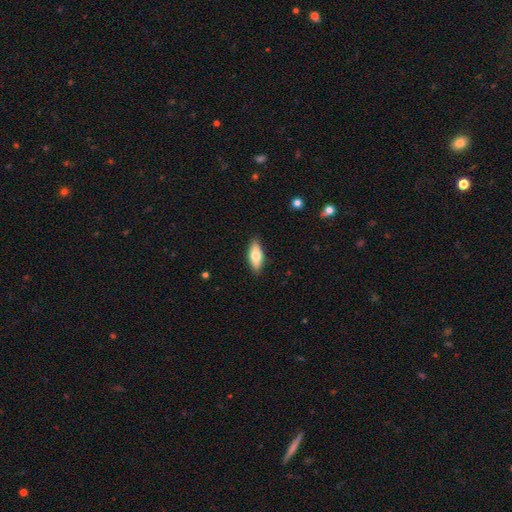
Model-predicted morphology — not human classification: The model was most divided on "smooth or featured": smooth: 70%, featured or disk: 24%, star or artifact: 6%. More confident: merging — none (89%); how rounded — in between (77%).